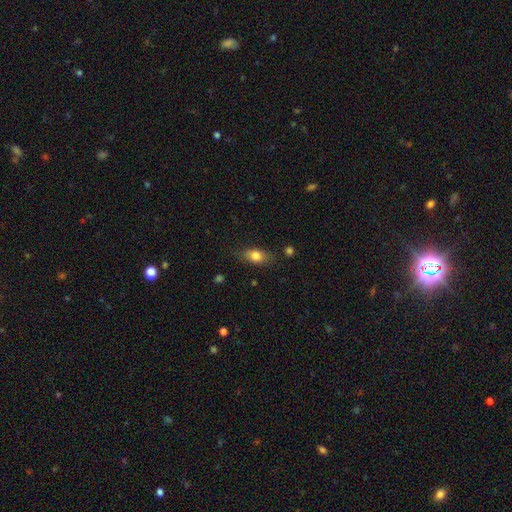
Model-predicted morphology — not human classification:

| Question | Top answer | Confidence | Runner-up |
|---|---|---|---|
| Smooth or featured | smooth | 78% | featured or disk (13%) |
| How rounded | in between | 79% | round (12%) |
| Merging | none | 76% | minor disturbance (18%) |